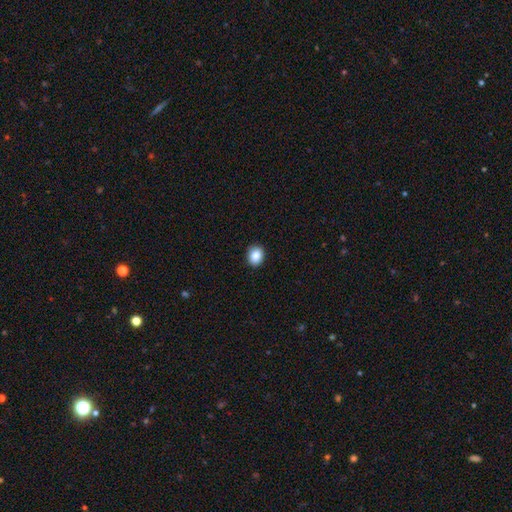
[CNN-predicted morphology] Smooth or featured? Predicted: smooth (p=0.86). How rounded? Predicted: round (p=0.59). Merging? Predicted: none (p=0.90).